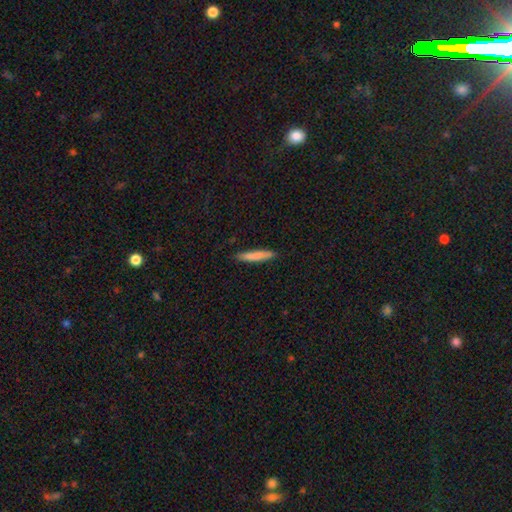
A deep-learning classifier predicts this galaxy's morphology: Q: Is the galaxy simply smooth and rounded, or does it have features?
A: smooth — 79%.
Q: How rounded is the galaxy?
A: cigar-shaped — 90%.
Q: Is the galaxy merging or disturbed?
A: none — 88%.